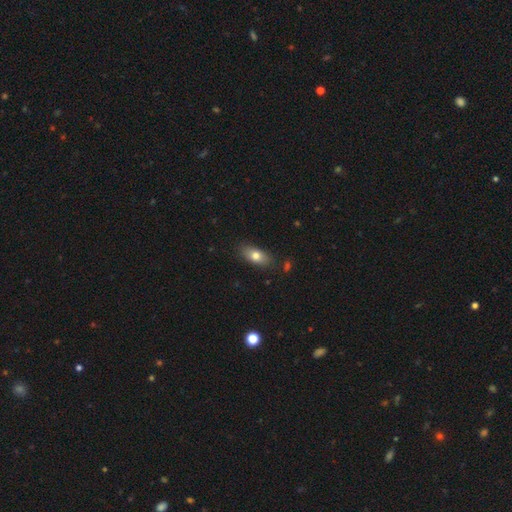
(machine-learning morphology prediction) This appears to be a smooth galaxy with no disk features (76%) that is in between round and cigar-shaped (84%). Merging: none (83%).